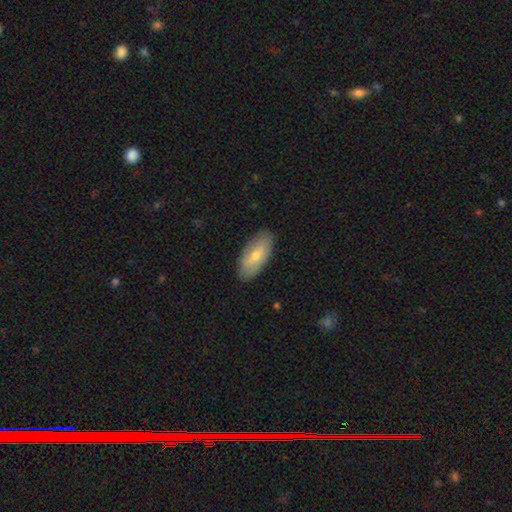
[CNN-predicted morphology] A smooth galaxy with no disk features (66%) that is in between round and cigar-shaped (88%).

Vote fractions:
- Smooth or featured? smooth: 66% / featured or disk: 28% / star or artifact: 6%
- How rounded? in between: 88% / cigar-shaped: 10% / round: 2%
- Merging? none: 87% / minor disturbance: 10% / major disturbance: 2% / merger: 1%